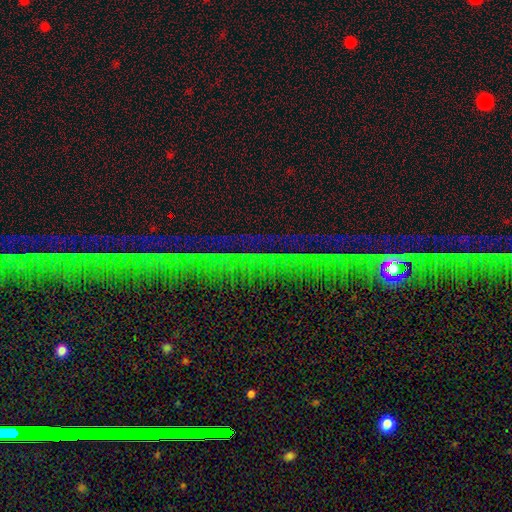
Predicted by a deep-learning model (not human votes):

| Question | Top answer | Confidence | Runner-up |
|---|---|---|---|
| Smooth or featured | star or artifact | 79% | featured or disk (12%) |